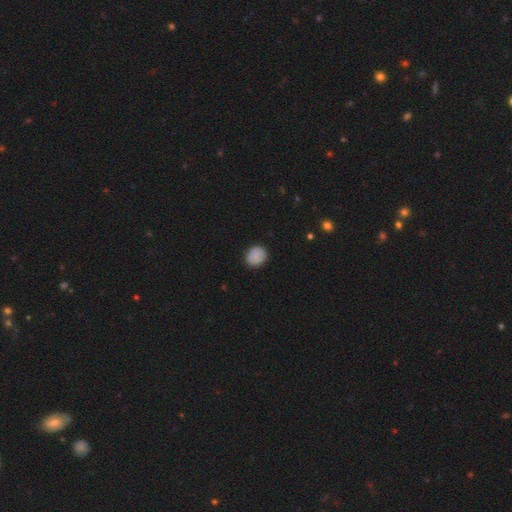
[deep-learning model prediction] Morphology: type=smooth (87%); roundness=round (77%); merging=none (87%).